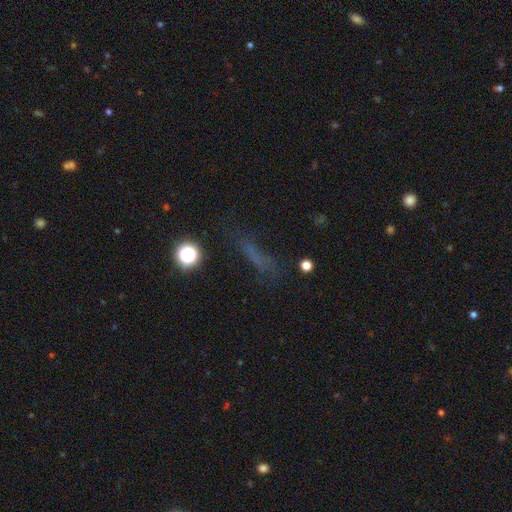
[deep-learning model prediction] A smooth galaxy with no disk features (49%).

Vote fractions:
- Smooth or featured? smooth: 49% / star or artifact: 30% / featured or disk: 21%
- Merging? none: 64% / minor disturbance: 18% / major disturbance: 14% / merger: 4%